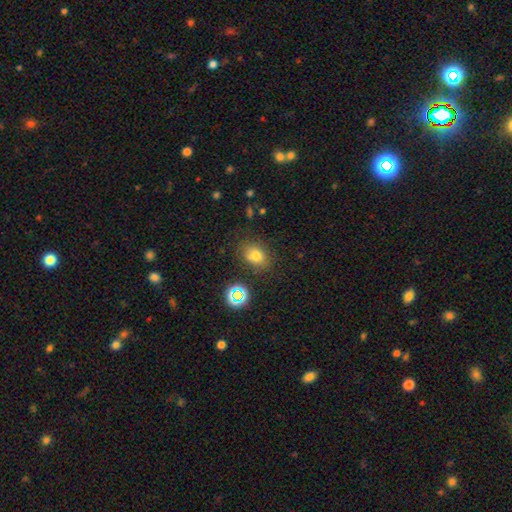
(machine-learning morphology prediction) A smooth galaxy with no disk features (73%) that is in between round and cigar-shaped (61%).

Vote fractions:
- Smooth or featured? smooth: 73% / star or artifact: 18% / featured or disk: 9%
- How rounded? in between: 61% / round: 38% / cigar-shaped: 1%
- Merging? none: 76% / minor disturbance: 15% / major disturbance: 5% / merger: 4%